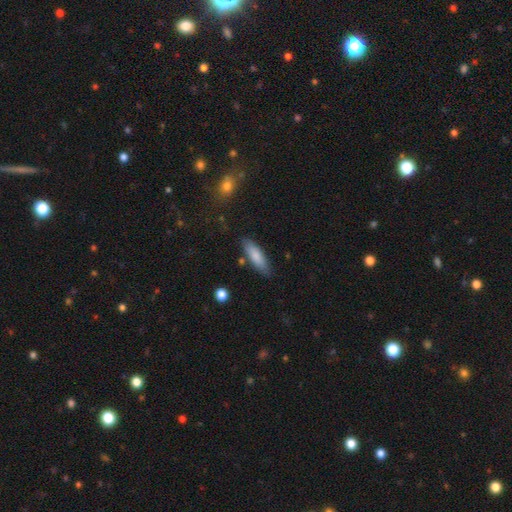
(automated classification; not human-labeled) smooth 81%, featured or disk 13%, star or artifact 6%. Down the decision tree: how rounded — cigar-shaped (50%); merging — none (80%).